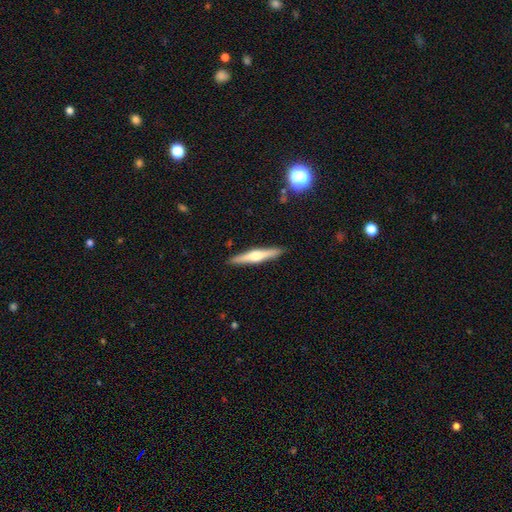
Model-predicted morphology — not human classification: Smooth or featured: featured or disk — 58% (smooth — 36%)
Edge-on disk: yes — 97% (no — 3%)
Edge-on bulge: rounded — 87% (boxy — 8%)
Merging: none — 90% (minor disturbance — 7%)